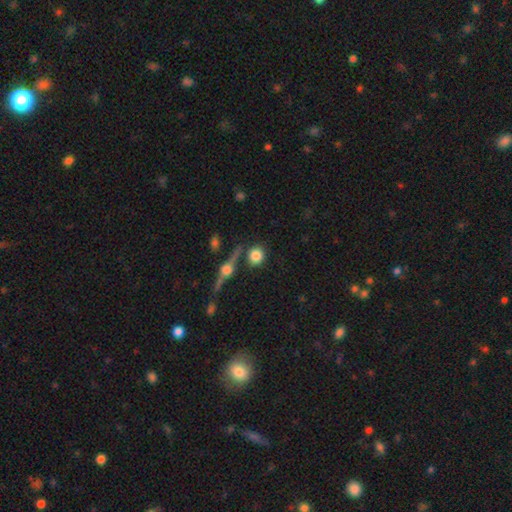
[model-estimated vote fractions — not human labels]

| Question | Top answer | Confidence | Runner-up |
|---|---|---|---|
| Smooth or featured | smooth | 73% | featured or disk (18%) |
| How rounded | round | 85% | in between (13%) |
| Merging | none | 74% | minor disturbance (11%) |